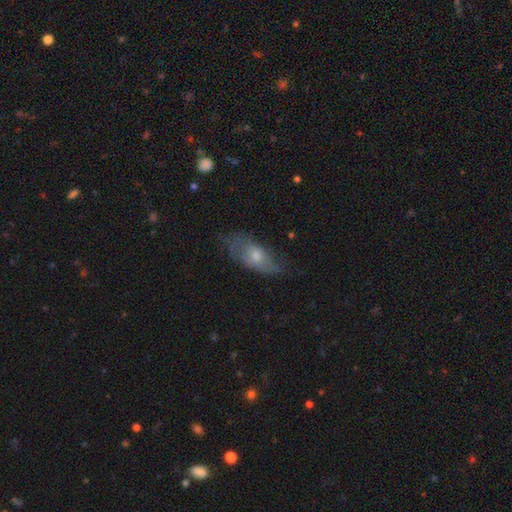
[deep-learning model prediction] smooth 47%, featured or disk 44%, star or artifact 9%. Down the decision tree: merging — none (59%).